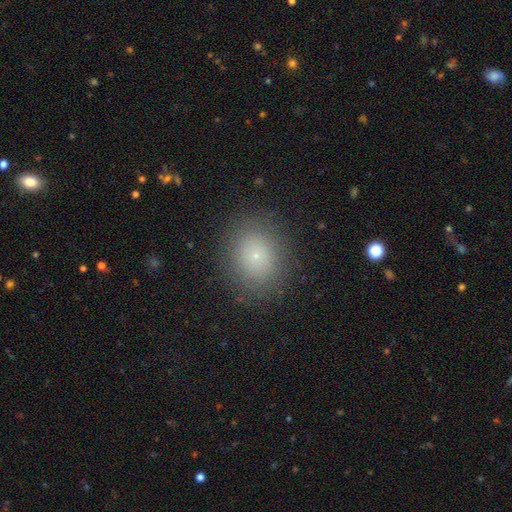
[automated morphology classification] smooth_or_featured: smooth (p=0.75) [alt: star or artifact p=0.14]
how_rounded: round (p=0.68) [alt: in between p=0.31]
merging: none (p=0.87) [alt: minor disturbance p=0.09]